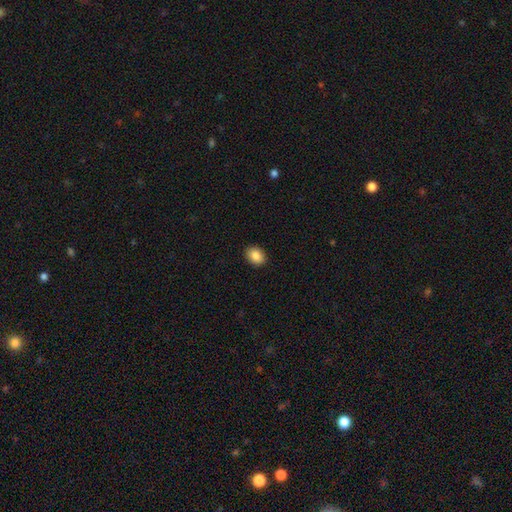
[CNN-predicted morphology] smooth-or-featured: smooth: 88% | star or artifact: 8% | featured or disk: 4%
  how-rounded: in between: 64% | round: 35% | cigar-shaped: 1%
  merging: none: 91% | minor disturbance: 7% | major disturbance: 2% | merger: 1%